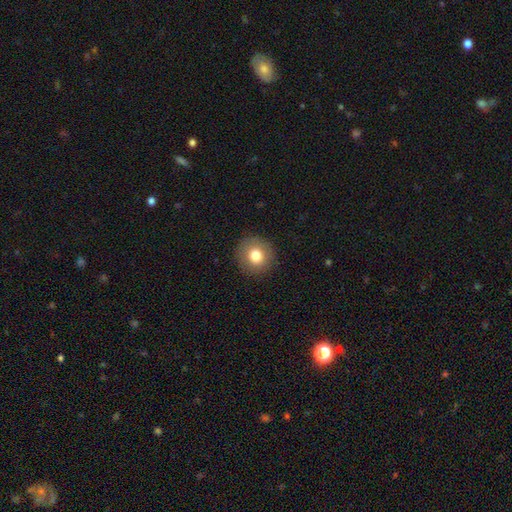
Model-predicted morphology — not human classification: This is likely a smooth galaxy (79%). How rounded: clearly round (92%). Merging: clearly none (90%).